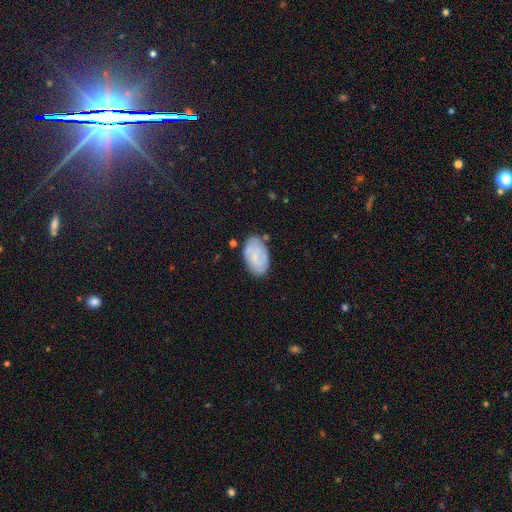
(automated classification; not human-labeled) Smooth or featured? Predicted: smooth (p=0.52). How rounded? Predicted: in between (p=0.93). Merging? Predicted: none (p=0.74).